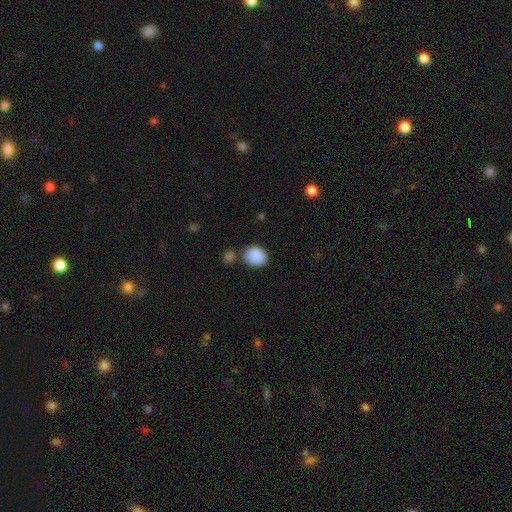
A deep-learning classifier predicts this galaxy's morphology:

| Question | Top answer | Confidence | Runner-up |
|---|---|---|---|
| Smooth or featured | smooth | 89% | star or artifact (8%) |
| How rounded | round | 59% | in between (40%) |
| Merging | none | 72% | minor disturbance (13%) |